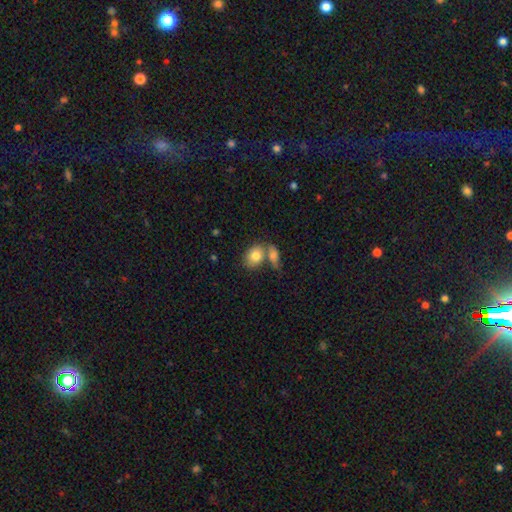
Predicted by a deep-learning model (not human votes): A smooth galaxy with no disk features (79%) that is in between round and cigar-shaped (70%). Merging: merger (46%).